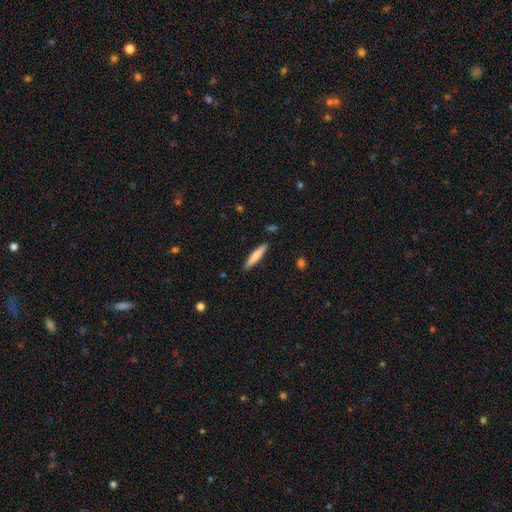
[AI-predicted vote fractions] Overall: smooth (75%). How rounded: cigar-shaped (89%). Merging: none (88%).